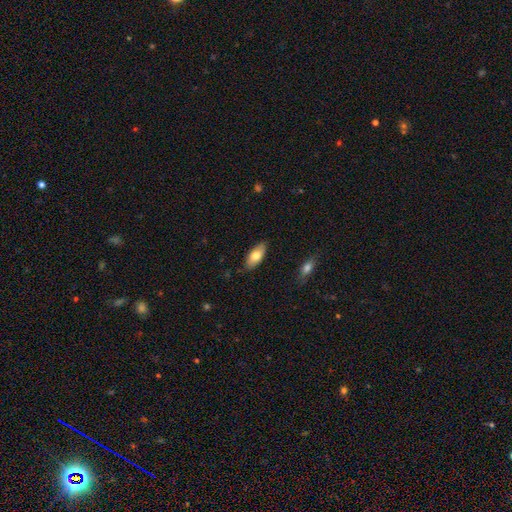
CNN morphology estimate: Smooth or featured?
  - smooth: 77% *
  - featured or disk: 17%
  - star or artifact: 6%
How rounded?
  - in between: 85% *
  - cigar-shaped: 13%
  - round: 2%
Merging?
  - none: 86% *
  - minor disturbance: 11%
  - major disturbance: 2%
  - merger: 1%